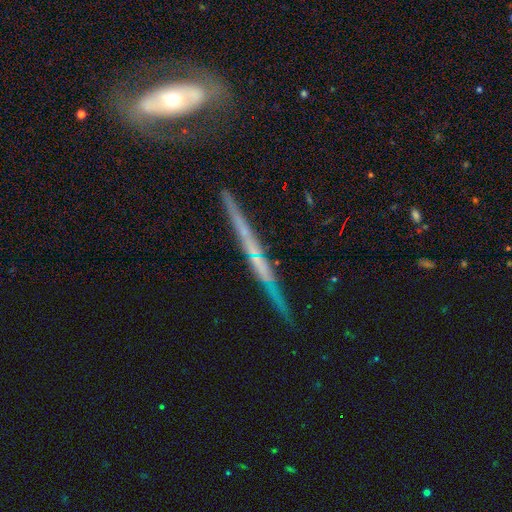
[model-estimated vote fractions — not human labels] A featured or disk galaxy (70%) viewed edge-on (93%) with no central bulge (74%).

Vote fractions:
- Smooth or featured? featured or disk: 70% / smooth: 22% / star or artifact: 8%
- Edge-on disk? yes: 93% / no: 7%
- Edge-on bulge? none: 74% / rounded: 19% / boxy: 7%
- Merging? none: 77% / minor disturbance: 15% / merger: 5% / major disturbance: 4%